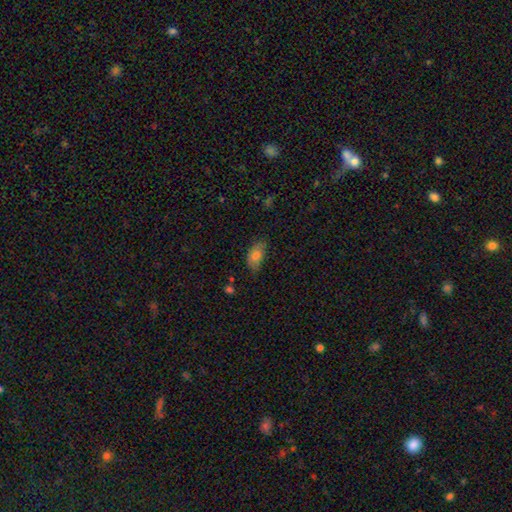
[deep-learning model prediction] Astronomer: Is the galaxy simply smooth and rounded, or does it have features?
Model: smooth — 79%.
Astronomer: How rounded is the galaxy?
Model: in between — 91%.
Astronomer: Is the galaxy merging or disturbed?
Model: none — 64%.